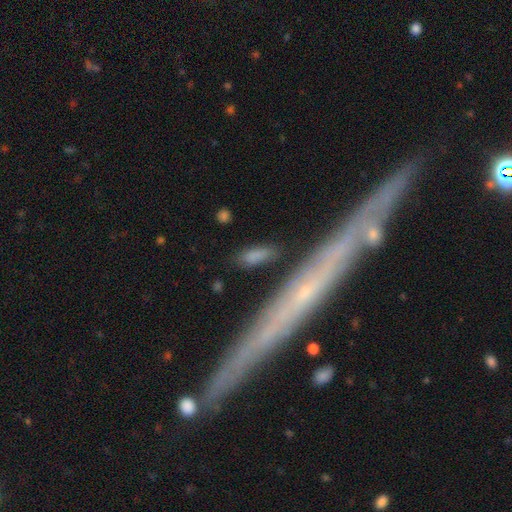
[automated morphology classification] This appears to be a smooth galaxy with no disk features (74%) that is in between round and cigar-shaped (53%). Merging: none (78%).